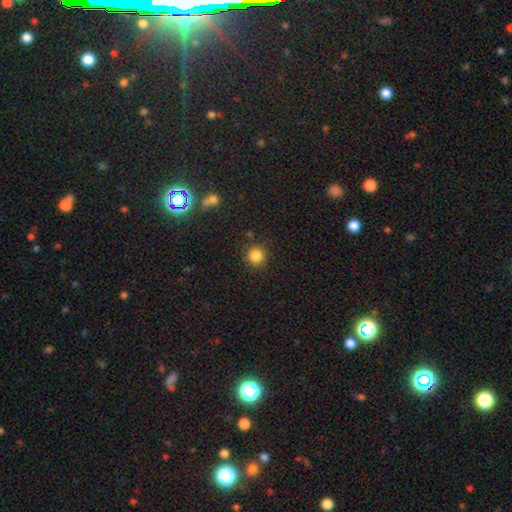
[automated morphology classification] Smooth or featured?
  - smooth: 84% *
  - star or artifact: 12%
  - featured or disk: 4%
How rounded?
  - round: 93% *
  - in between: 6%
  - cigar-shaped: 1%
Merging?
  - none: 87% *
  - minor disturbance: 8%
  - major disturbance: 3%
  - merger: 2%